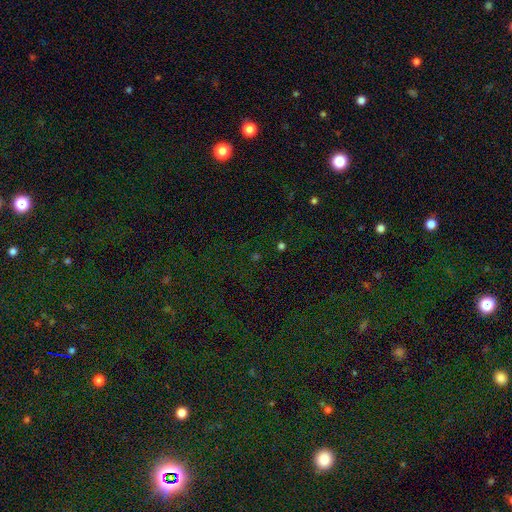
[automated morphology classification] A star or artifact, not a galaxy (77%).

Vote fractions:
- Smooth or featured? star or artifact: 77% / smooth: 15% / featured or disk: 8%